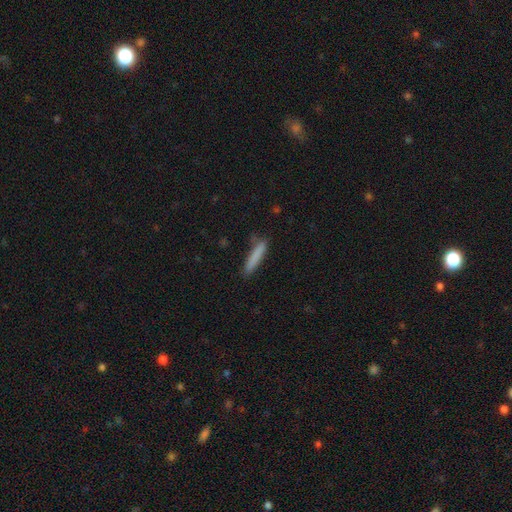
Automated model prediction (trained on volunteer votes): Smooth or featured? smooth (82%)
How rounded? cigar-shaped (92%)
Merging? none (82%)